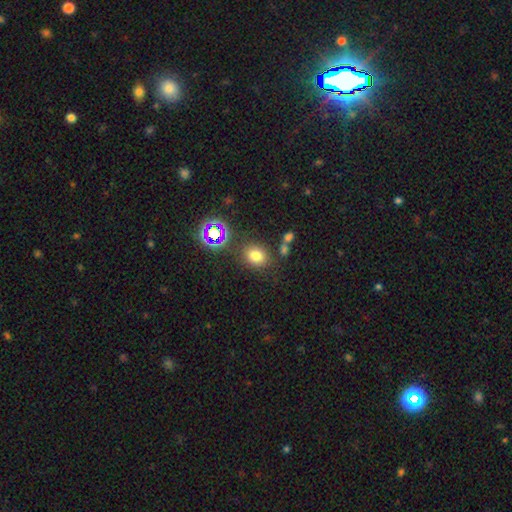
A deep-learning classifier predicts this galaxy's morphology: Smooth or featured: smooth — 71% (star or artifact — 20%)
How rounded: round — 59% (in between — 40%)
Merging: none — 77% (minor disturbance — 11%)